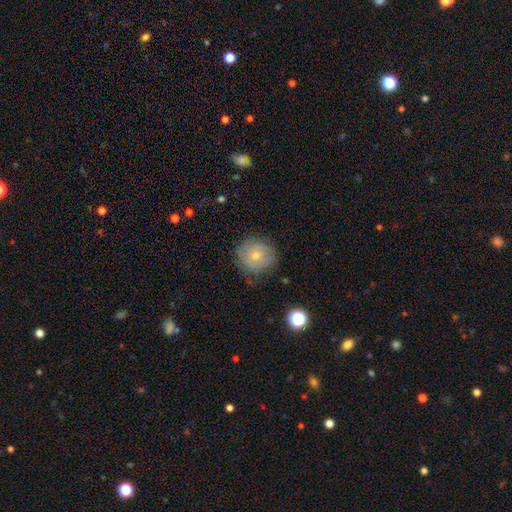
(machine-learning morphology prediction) Smooth or featured: smooth — 51% (featured or disk — 39%)
How rounded: round — 90% (in between — 9%)
Merging: none — 75% (minor disturbance — 18%)